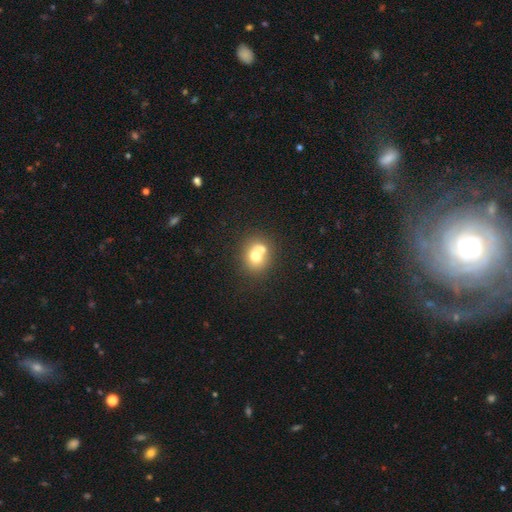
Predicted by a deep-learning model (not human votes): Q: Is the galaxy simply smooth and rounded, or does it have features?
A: smooth — 67%.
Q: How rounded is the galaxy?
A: round — 71%.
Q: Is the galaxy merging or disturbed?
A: none — 42%, tied with merger.